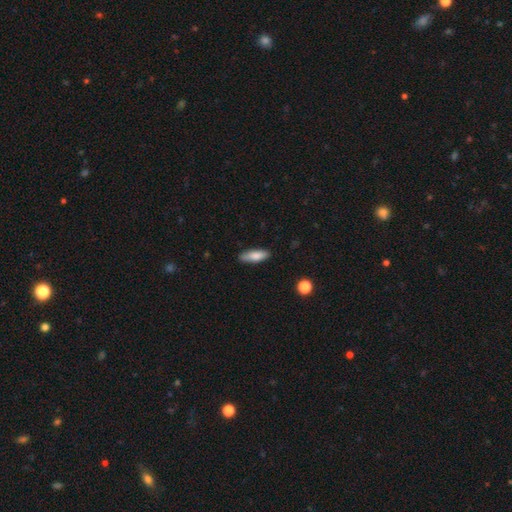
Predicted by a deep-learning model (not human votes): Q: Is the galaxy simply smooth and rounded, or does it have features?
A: smooth — 82%.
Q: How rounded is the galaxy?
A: in between — 54%.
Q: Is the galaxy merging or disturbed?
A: none — 86%.